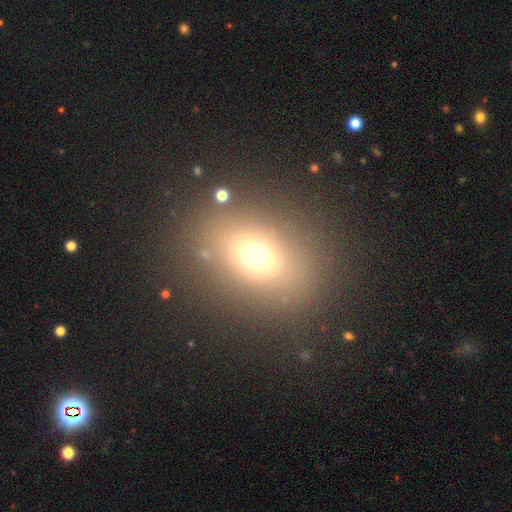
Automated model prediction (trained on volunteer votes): This appears to be a smooth galaxy with no disk features (64%) that is in between round and cigar-shaped (58%). Merging: none (82%).